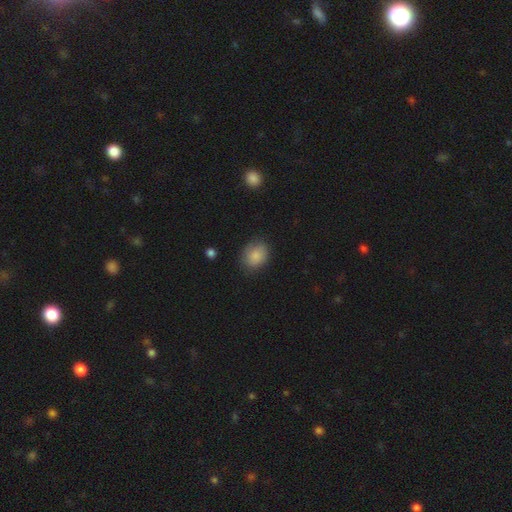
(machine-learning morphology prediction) Overall: smooth (86%). How rounded: in between (52%; round 47%). Merging: none (77%).